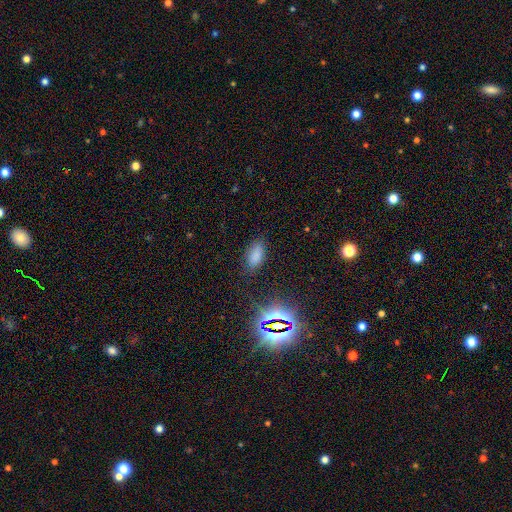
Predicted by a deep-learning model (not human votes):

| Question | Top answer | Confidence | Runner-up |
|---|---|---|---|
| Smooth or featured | smooth | 75% | star or artifact (18%) |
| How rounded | in between | 90% | cigar-shaped (6%) |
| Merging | none | 77% | minor disturbance (16%) |